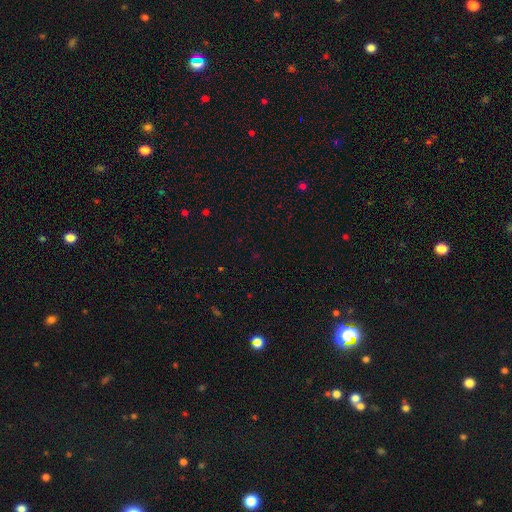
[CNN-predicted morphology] The model was most divided on "smooth or featured": star or artifact: 67%, smooth: 26%, featured or disk: 7%.